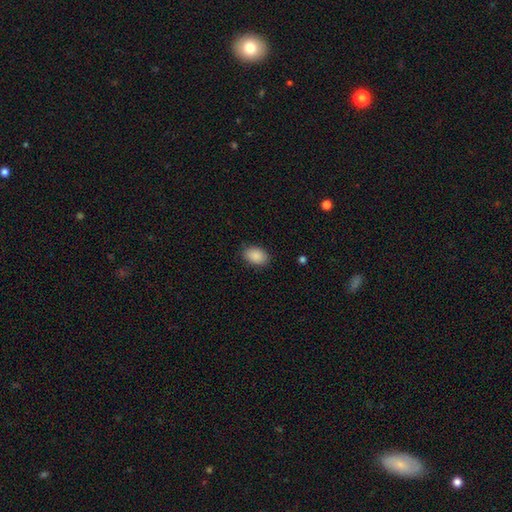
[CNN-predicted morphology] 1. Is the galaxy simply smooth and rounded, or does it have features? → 89% smooth, 7% star or artifact, 4% featured or disk.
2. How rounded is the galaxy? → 87% in between, 12% round, 1% cigar-shaped.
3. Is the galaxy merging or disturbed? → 86% none, 10% minor disturbance, 2% major disturbance, 1% merger.